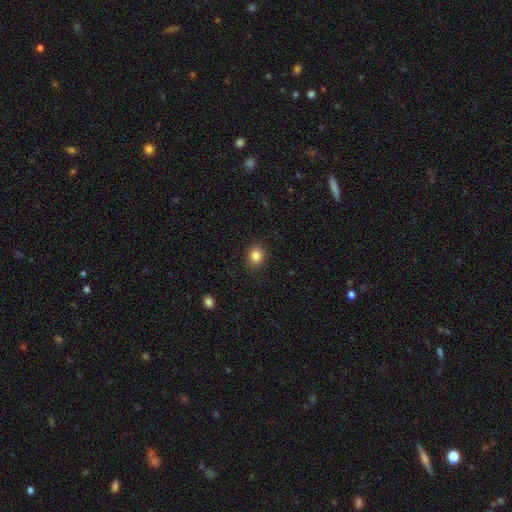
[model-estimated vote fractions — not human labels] Smooth or featured? smooth (84%)
How rounded? round (76%)
Merging? none (89%)